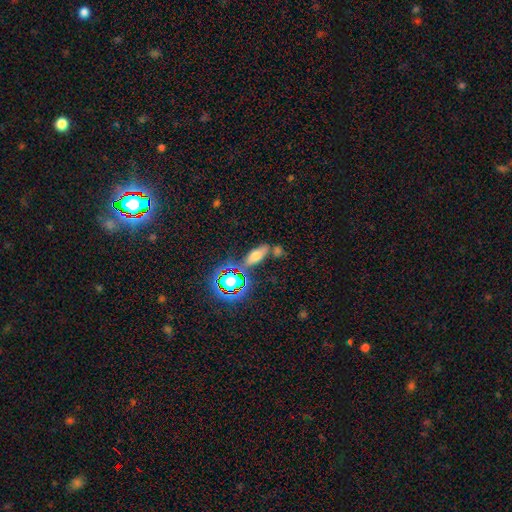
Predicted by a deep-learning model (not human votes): Smooth or featured: smooth — 56% (featured or disk — 22%)
How rounded: in between — 58% (cigar-shaped — 36%)
Merging: none — 66% (merger — 15%)